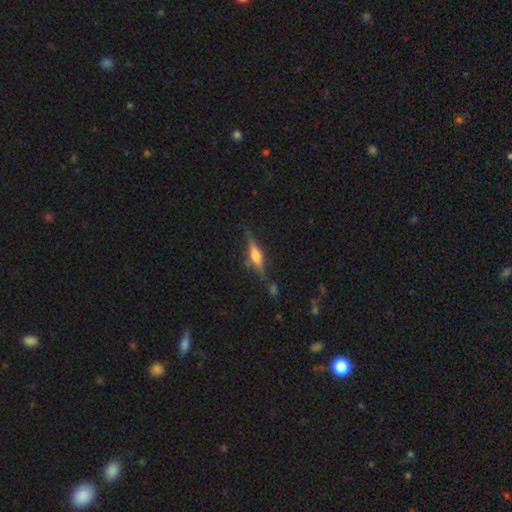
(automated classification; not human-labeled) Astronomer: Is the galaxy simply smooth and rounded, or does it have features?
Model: featured or disk — 67%.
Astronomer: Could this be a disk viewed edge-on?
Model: yes — 96%.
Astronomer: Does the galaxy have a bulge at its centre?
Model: rounded — 85%.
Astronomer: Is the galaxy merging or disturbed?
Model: none — 78%.